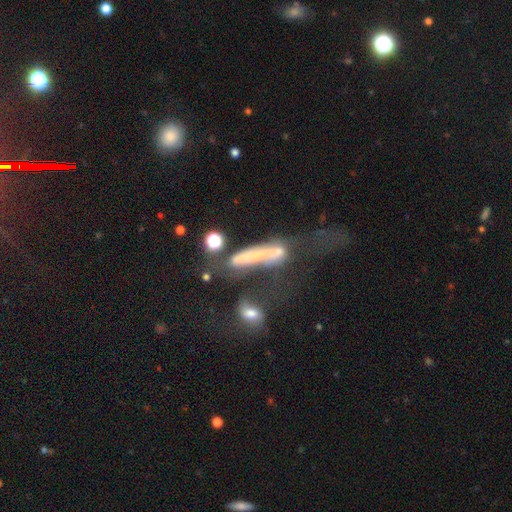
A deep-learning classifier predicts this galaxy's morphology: Smooth or featured? smooth (44%)
Merging? merger (38%)